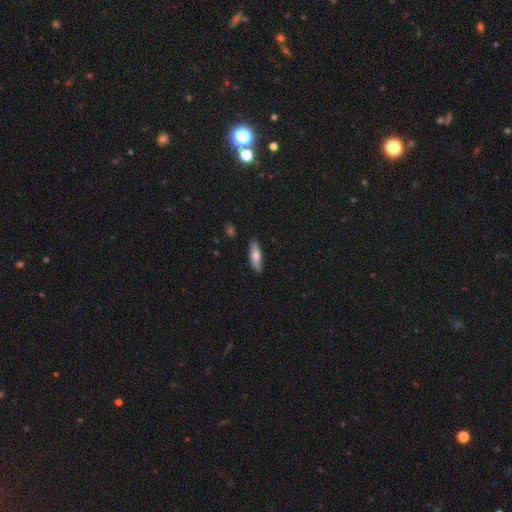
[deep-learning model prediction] Smooth or featured? smooth (64%)
How rounded? cigar-shaped (57%)
Merging? none (81%)